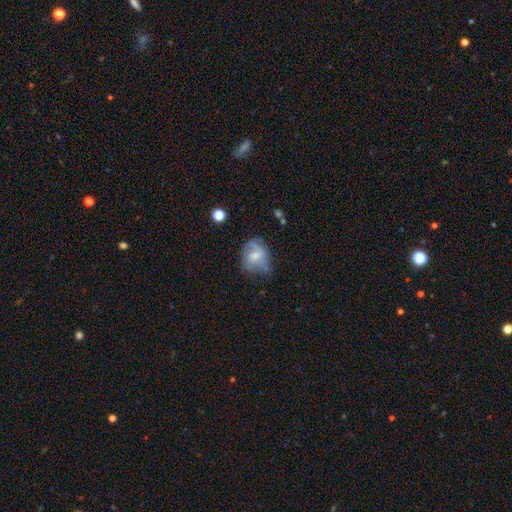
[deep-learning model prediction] smooth 47%, featured or disk 44%, star or artifact 9%. Down the decision tree: merging — none (45%).